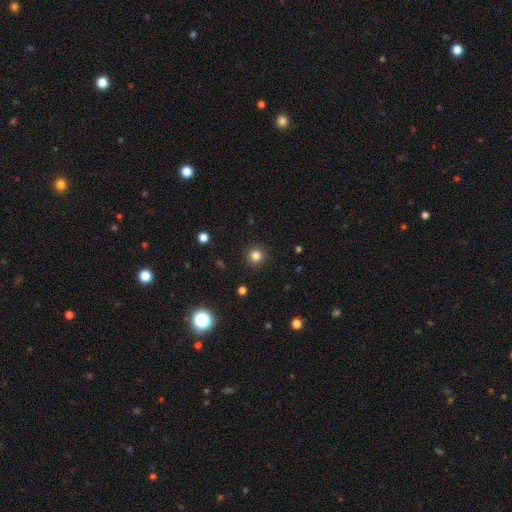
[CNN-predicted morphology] Smooth or featured?
  - smooth: 82% *
  - star or artifact: 13%
  - featured or disk: 5%
How rounded?
  - round: 95% *
  - in between: 4%
  - cigar-shaped: 1%
Merging?
  - none: 92% *
  - minor disturbance: 5%
  - major disturbance: 2%
  - merger: 1%